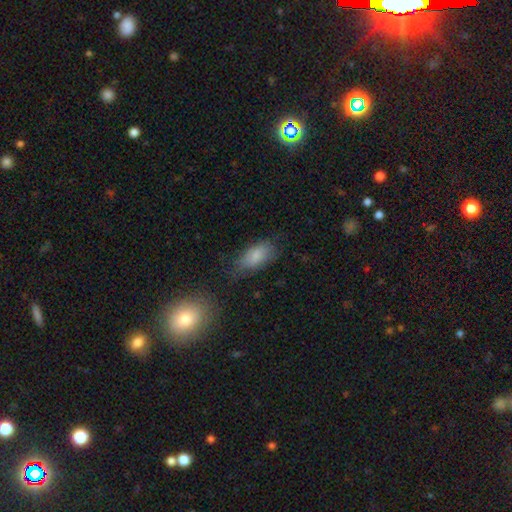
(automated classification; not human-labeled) A smooth galaxy with no disk features (82%) that is in between round and cigar-shaped (89%). Merging: none (64%).